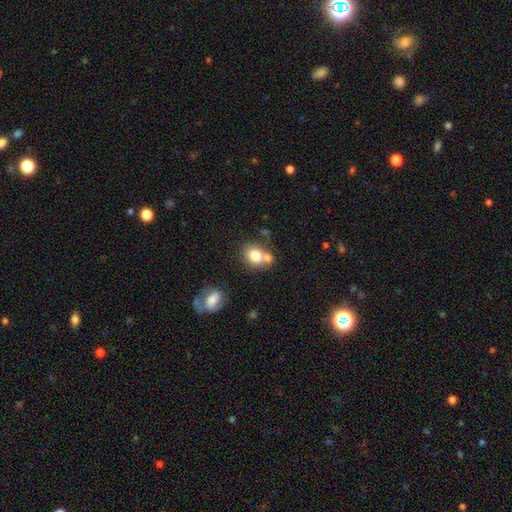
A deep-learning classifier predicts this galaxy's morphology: Smooth or featured?
  - smooth: 79% *
  - featured or disk: 12%
  - star or artifact: 9%
How rounded?
  - round: 56% *
  - in between: 43%
  - cigar-shaped: 1%
Merging?
  - none: 45% *
  - merger: 38%
  - minor disturbance: 12%
  - major disturbance: 5%